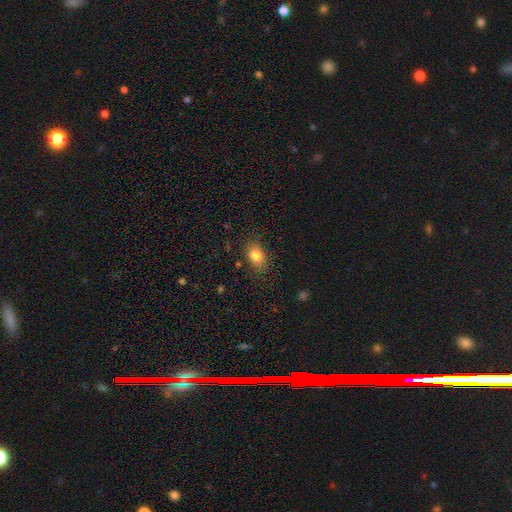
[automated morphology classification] A smooth galaxy with no disk features (82%) that is in between round and cigar-shaped (75%).

Vote fractions:
- Smooth or featured? smooth: 82% / star or artifact: 10% / featured or disk: 9%
- How rounded? in between: 75% / round: 23% / cigar-shaped: 1%
- Merging? none: 82% / minor disturbance: 13% / major disturbance: 4% / merger: 1%